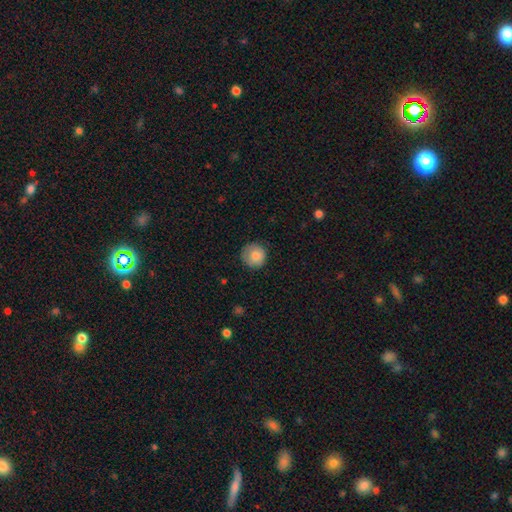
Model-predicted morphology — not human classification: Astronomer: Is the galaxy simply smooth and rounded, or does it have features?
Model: smooth — 81%.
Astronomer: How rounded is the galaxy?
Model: round — 94%.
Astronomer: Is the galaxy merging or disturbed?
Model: none — 83%.